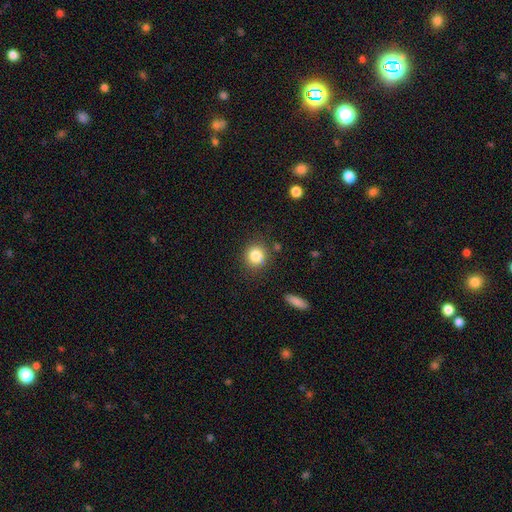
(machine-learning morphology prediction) This is clearly a smooth galaxy (84%). How rounded: clearly round (86%). Merging: clearly none (83%).